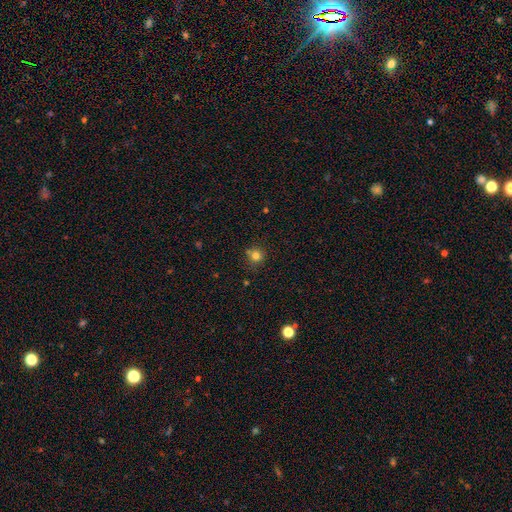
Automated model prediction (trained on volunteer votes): This is likely a smooth galaxy (79%). How rounded: clearly round (90%). Merging: likely none (72%).